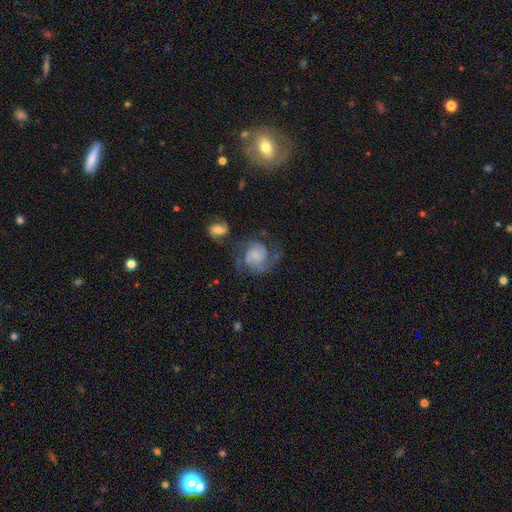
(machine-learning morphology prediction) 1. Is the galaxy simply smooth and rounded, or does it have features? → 72% featured or disk, 21% smooth, 8% star or artifact.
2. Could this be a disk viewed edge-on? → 98% no, 2% yes.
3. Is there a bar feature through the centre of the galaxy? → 60% no, 34% weak, 6% strong.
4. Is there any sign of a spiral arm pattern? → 93% yes, 7% no.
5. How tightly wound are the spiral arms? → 47% medium, 35% tight, 18% loose.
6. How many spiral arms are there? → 68% 2, 13% can't tell, 8% 3, 6% 1, 2% 4, 2% more than 4.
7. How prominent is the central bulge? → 57% small, 19% moderate, 18% none, 4% large, 2% dominant.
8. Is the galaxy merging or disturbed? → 49% none, 20% minor disturbance, 18% major disturbance, 13% merger.